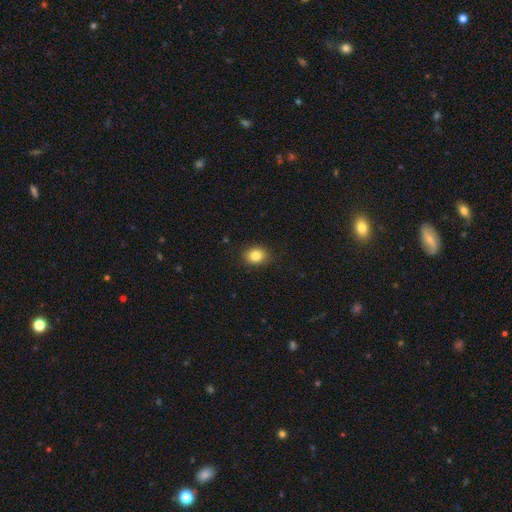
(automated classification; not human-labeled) smooth-or-featured: smooth: 84% | star or artifact: 10% | featured or disk: 6%
  how-rounded: round: 57% | in between: 42% | cigar-shaped: 1%
  merging: none: 88% | minor disturbance: 9% | major disturbance: 2% | merger: 1%